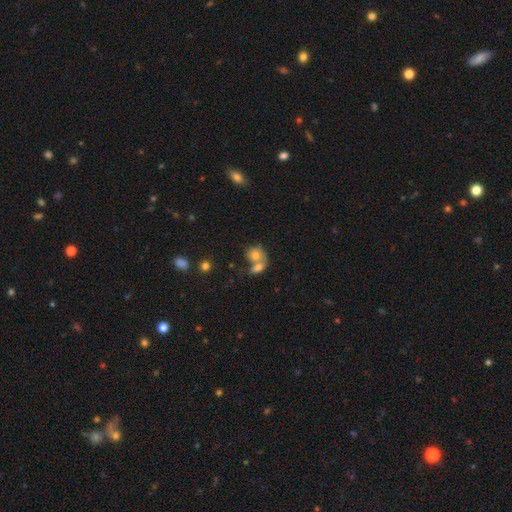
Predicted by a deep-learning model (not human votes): The model was most divided on "how rounded": round: 53%, in between: 46%, cigar-shaped: 2%. More confident: smooth or featured — smooth (71%); merging — merger (65%).